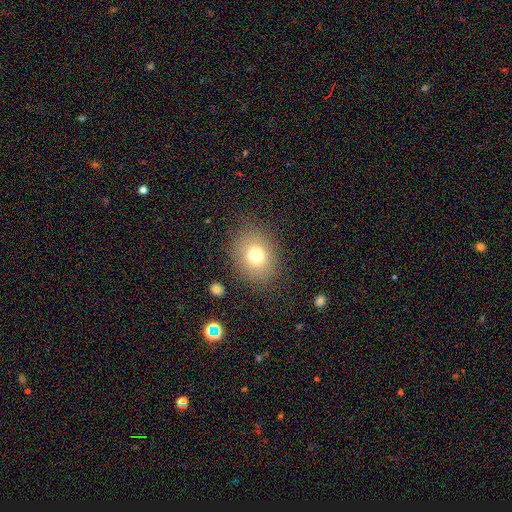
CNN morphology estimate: smooth-or-featured: smooth: 75% | star or artifact: 13% | featured or disk: 12%
  how-rounded: round: 51% | in between: 48% | cigar-shaped: 1%
  merging: none: 82% | minor disturbance: 11% | major disturbance: 5% | merger: 2%